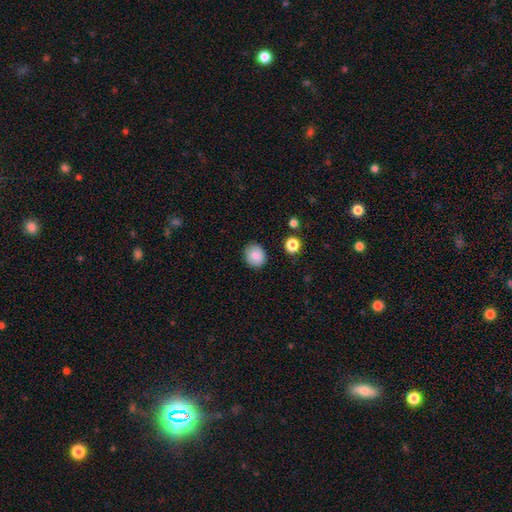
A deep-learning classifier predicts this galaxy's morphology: Smooth or featured? smooth (82%)
How rounded? round (74%)
Merging? none (85%)